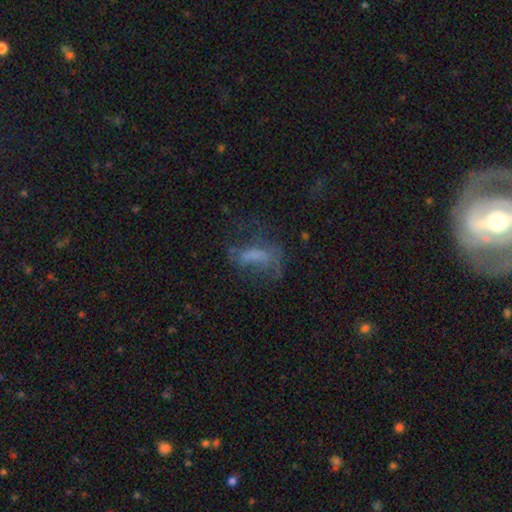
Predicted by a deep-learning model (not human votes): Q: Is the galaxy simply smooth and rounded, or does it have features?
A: featured or disk — 42%.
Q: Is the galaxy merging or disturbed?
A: major disturbance — 41%.